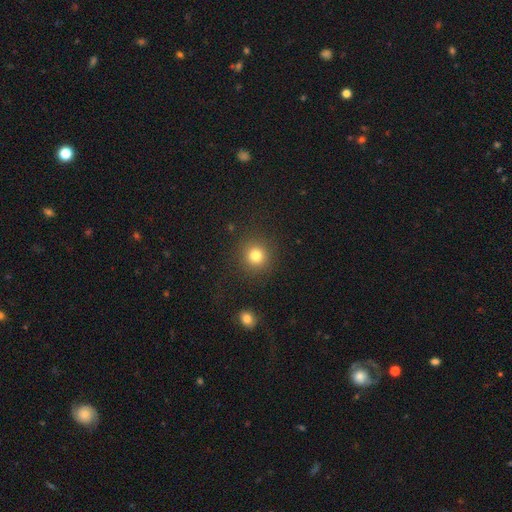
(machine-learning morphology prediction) A smooth galaxy with no disk features (80%) that is round (93%). Merging: none (89%).